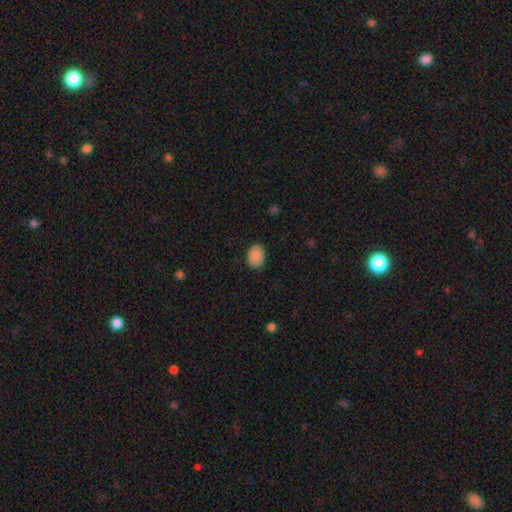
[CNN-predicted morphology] Smooth or featured: smooth — 88% (star or artifact — 8%)
How rounded: in between — 60% (round — 39%)
Merging: none — 84% (minor disturbance — 12%)